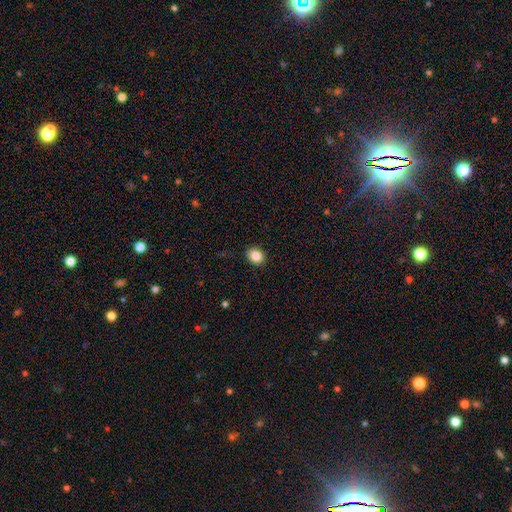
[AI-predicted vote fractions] Q: Smooth or featured?
A: smooth (86%); runner-up: star or artifact (10%)
Q: How rounded?
A: round (56%); runner-up: in between (43%)
Q: Merging?
A: none (90%); runner-up: minor disturbance (7%)